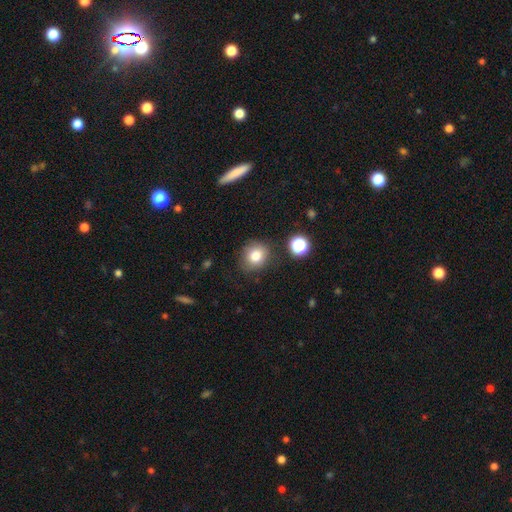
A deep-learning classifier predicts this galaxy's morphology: Q: Smooth or featured?
A: smooth (80%); runner-up: star or artifact (12%)
Q: How rounded?
A: round (77%); runner-up: in between (22%)
Q: Merging?
A: none (81%); runner-up: minor disturbance (12%)